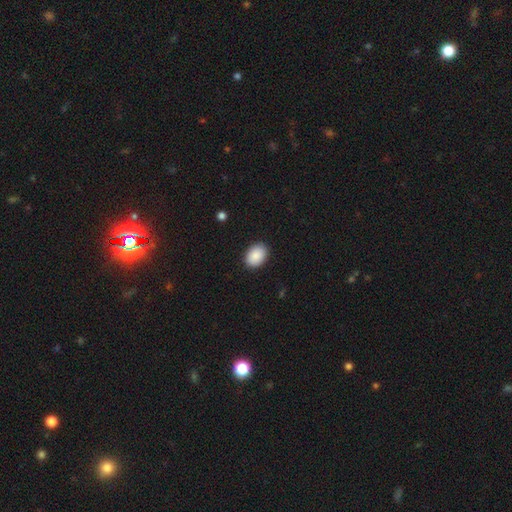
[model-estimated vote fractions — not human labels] Morphology: type=smooth (90%); roundness=in between (77%); merging=none (89%).